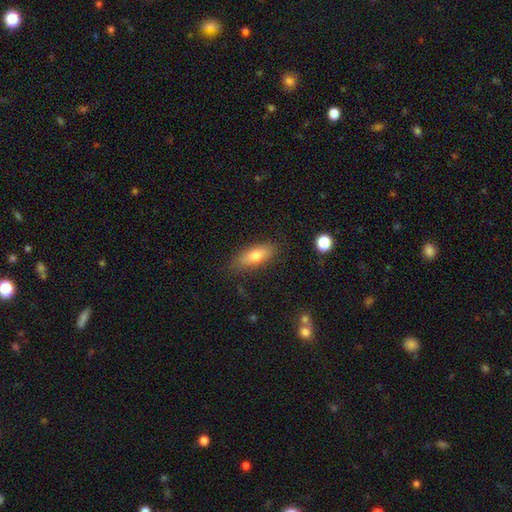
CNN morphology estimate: Q: Smooth or featured?
A: smooth (71%); runner-up: featured or disk (21%)
Q: How rounded?
A: in between (74%); runner-up: cigar-shaped (22%)
Q: Merging?
A: none (79%); runner-up: minor disturbance (15%)